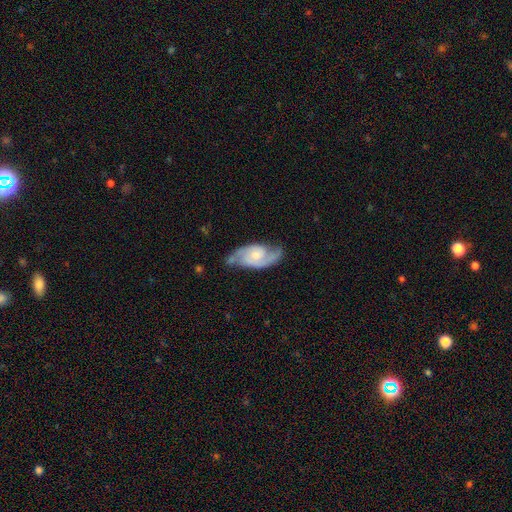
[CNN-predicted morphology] Smooth or featured: featured or disk — 86% (smooth — 10%)
Edge-on disk: no — 95% (yes — 5%)
Bar: no — 59% (weak — 35%)
Spiral arms: yes — 97% (no — 3%)
Spiral winding: medium — 53% (tight — 27%)
Spiral arm count: 2 — 88% (can't tell — 5%)
Bulge size: moderate — 42% (small — 40%)
Merging: none — 70% (minor disturbance — 20%)